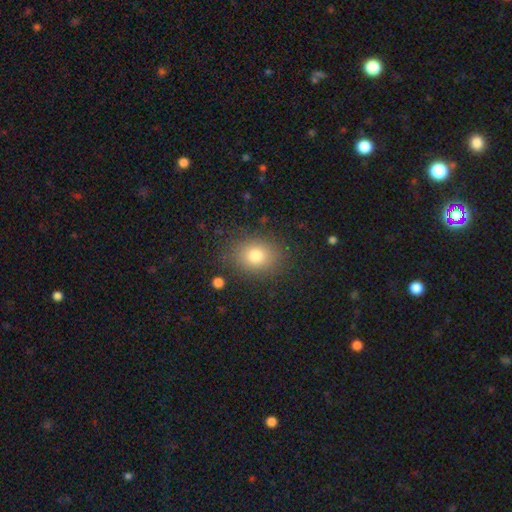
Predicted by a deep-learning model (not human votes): smooth-or-featured: smooth: 79% | star or artifact: 11% | featured or disk: 10%
  how-rounded: in between: 52% | round: 47% | cigar-shaped: 1%
  merging: none: 84% | minor disturbance: 11% | major disturbance: 4% | merger: 2%